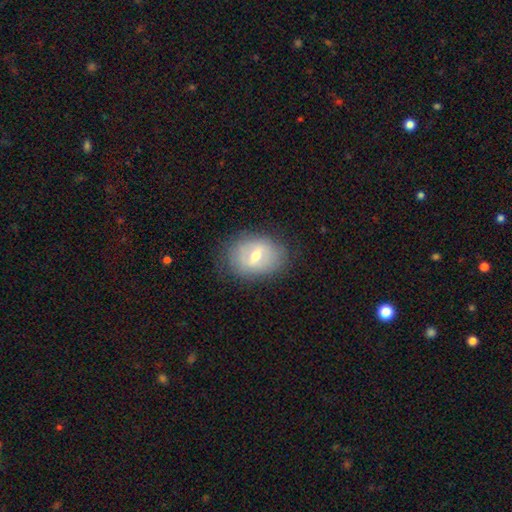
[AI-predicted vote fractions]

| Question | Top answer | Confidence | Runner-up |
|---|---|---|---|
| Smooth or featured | featured or disk | 52% | smooth (40%) |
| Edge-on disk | no | 92% | yes (8%) |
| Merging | none | 77% | minor disturbance (16%) |